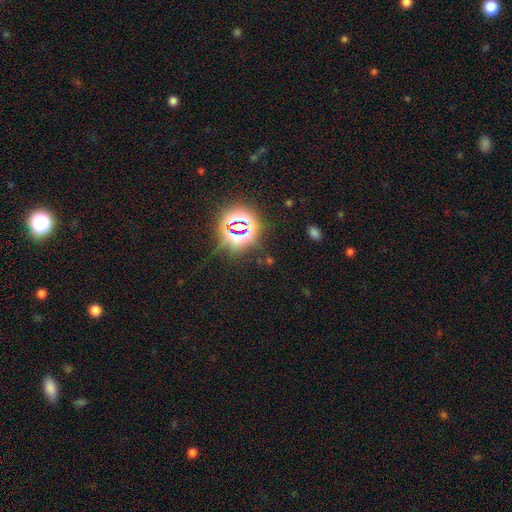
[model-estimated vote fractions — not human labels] smooth_or_featured: star or artifact (p=0.81) [alt: smooth p=0.12]